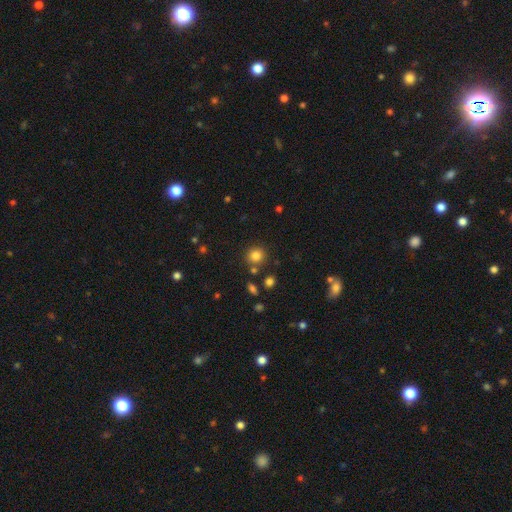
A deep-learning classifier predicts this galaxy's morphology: Overall: smooth (82%). How rounded: round (90%). Merging: none (82%).